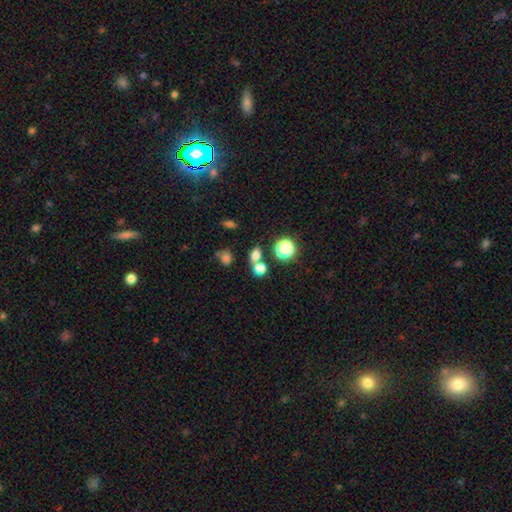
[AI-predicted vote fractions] smooth_or_featured: smooth (p=0.68) [alt: star or artifact p=0.24]
how_rounded: round (p=0.57) [alt: in between p=0.41]
merging: none (p=0.56) [alt: merger p=0.30]